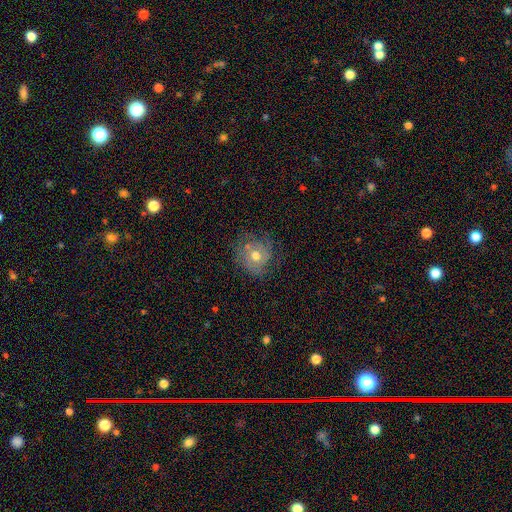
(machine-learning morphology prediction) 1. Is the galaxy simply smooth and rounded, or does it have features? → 50% featured or disk, 39% smooth, 11% star or artifact.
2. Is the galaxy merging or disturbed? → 69% none, 20% minor disturbance, 10% major disturbance, 2% merger.